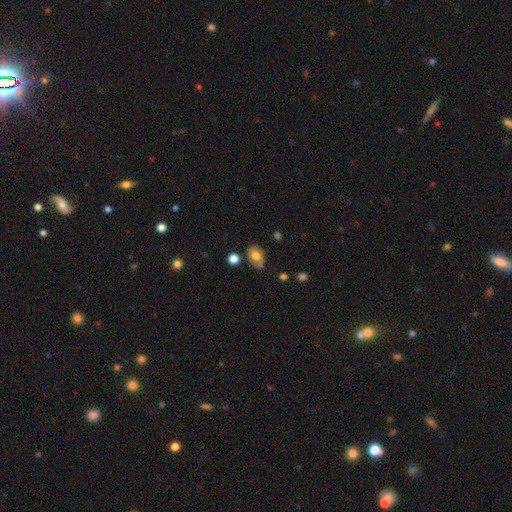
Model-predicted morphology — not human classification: smooth-or-featured: smooth: 68% | featured or disk: 23% | star or artifact: 9%
  how-rounded: in between: 75% | round: 23% | cigar-shaped: 1%
  merging: none: 62% | minor disturbance: 24% | merger: 8% | major disturbance: 6%